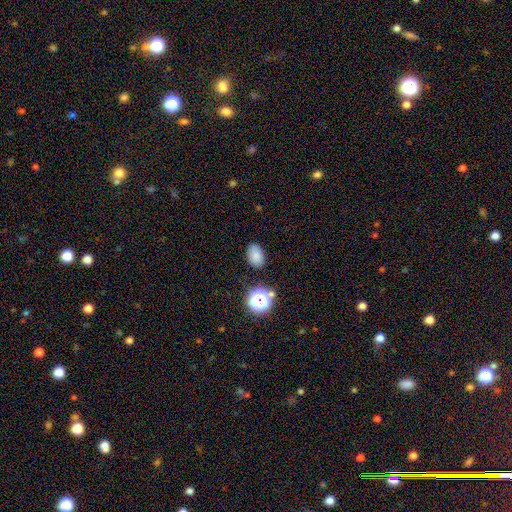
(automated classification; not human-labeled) Q: Smooth or featured?
A: smooth (80%); runner-up: star or artifact (14%)
Q: How rounded?
A: in between (81%); runner-up: round (18%)
Q: Merging?
A: none (82%); runner-up: minor disturbance (12%)